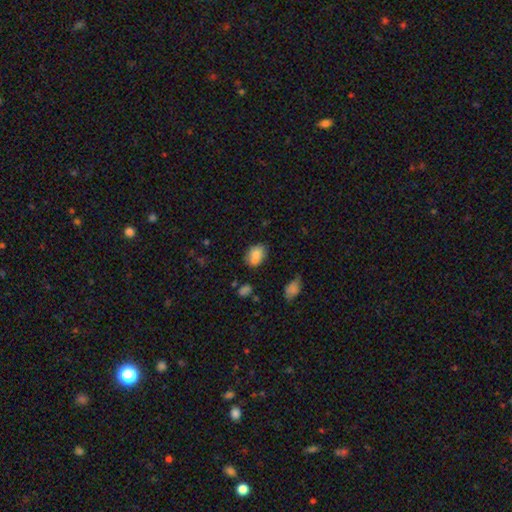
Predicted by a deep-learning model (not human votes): Smooth or featured? Predicted: smooth (p=0.79). How rounded? Predicted: in between (p=0.73). Merging? Predicted: none (p=0.58).